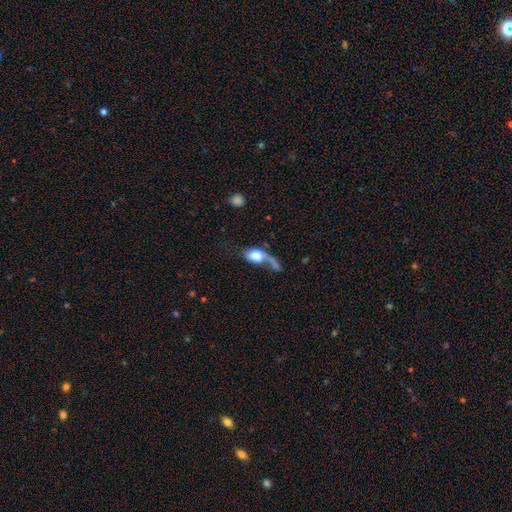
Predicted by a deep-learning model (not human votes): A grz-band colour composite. It shows a smooth galaxy with no disk features (56%) that is in between round and cigar-shaped (67%). Merging: major disturbance (44%).